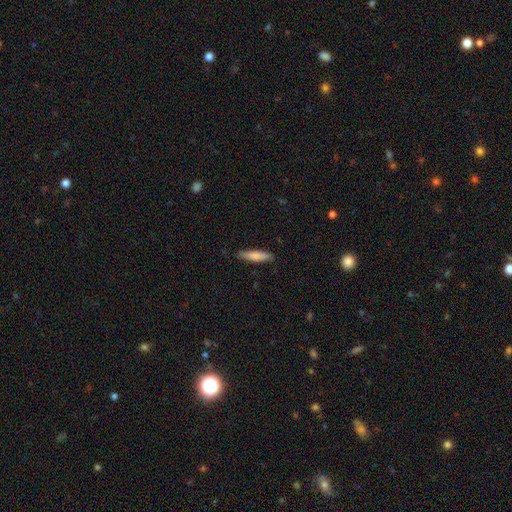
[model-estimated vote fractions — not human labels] smooth_or_featured: smooth (p=0.76) [alt: featured or disk p=0.18]
how_rounded: cigar-shaped (p=0.83) [alt: in between p=0.16]
merging: none (p=0.86) [alt: minor disturbance p=0.11]